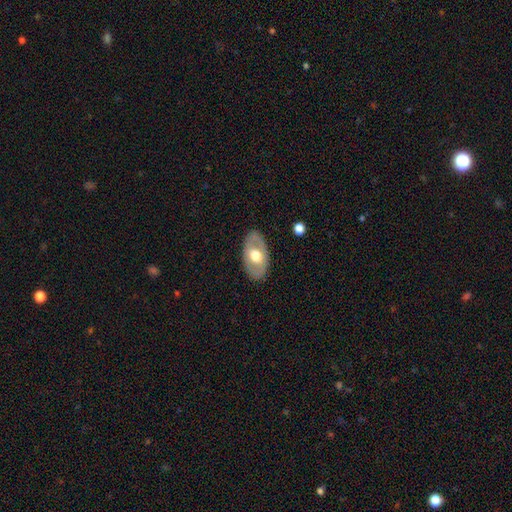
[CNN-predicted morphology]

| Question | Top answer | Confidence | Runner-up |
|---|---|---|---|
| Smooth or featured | featured or disk | 48% | smooth (47%) |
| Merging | none | 84% | minor disturbance (12%) |